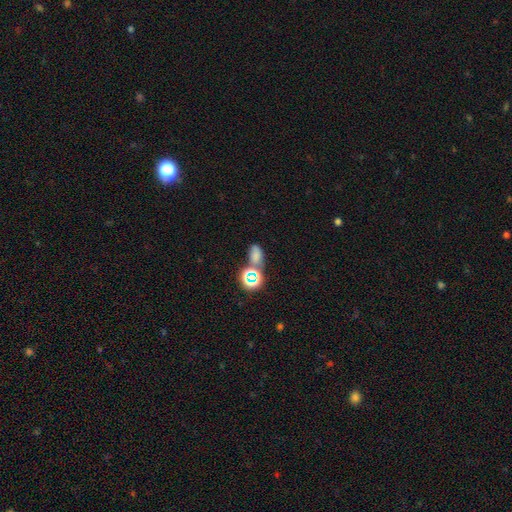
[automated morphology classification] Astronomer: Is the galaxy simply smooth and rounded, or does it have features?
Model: smooth — 59%.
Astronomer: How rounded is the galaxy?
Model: in between — 79%.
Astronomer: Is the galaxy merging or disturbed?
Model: none — 47% (runner-up: merger, 28%).